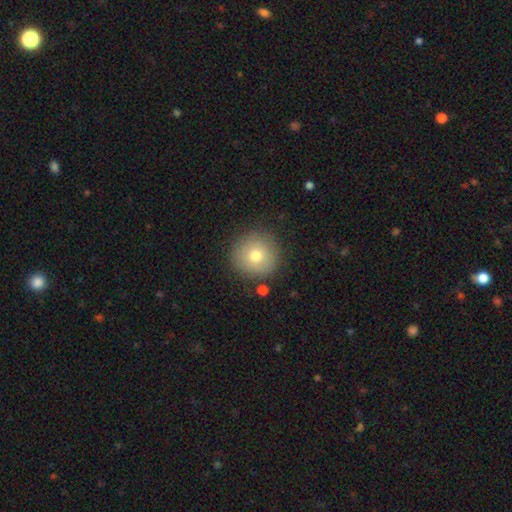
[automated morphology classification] This appears to be a smooth galaxy with no disk features (74%) that is round (95%). Merging: none (86%).